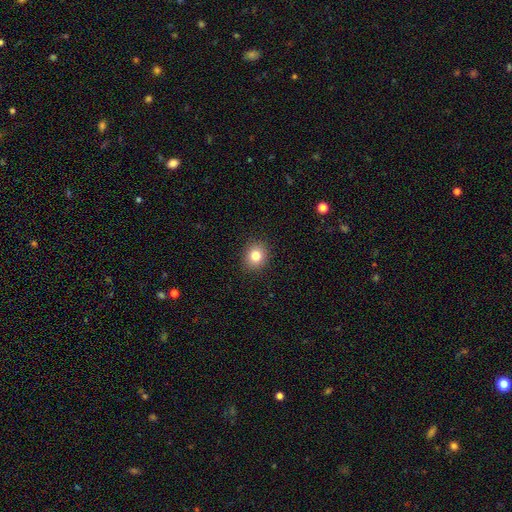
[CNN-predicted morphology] Smooth or featured?
  - smooth: 82% *
  - star or artifact: 11%
  - featured or disk: 7%
How rounded?
  - round: 71% *
  - in between: 28%
  - cigar-shaped: 1%
Merging?
  - none: 90% *
  - minor disturbance: 7%
  - major disturbance: 2%
  - merger: 1%